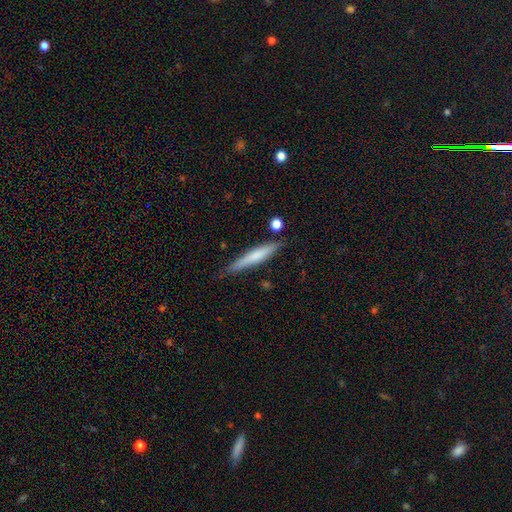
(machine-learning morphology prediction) Smooth or featured?
  - smooth: 61% *
  - featured or disk: 34%
  - star or artifact: 6%
How rounded?
  - cigar-shaped: 93% *
  - in between: 6%
  - round: 1%
Merging?
  - none: 79% *
  - minor disturbance: 15%
  - merger: 3%
  - major disturbance: 3%